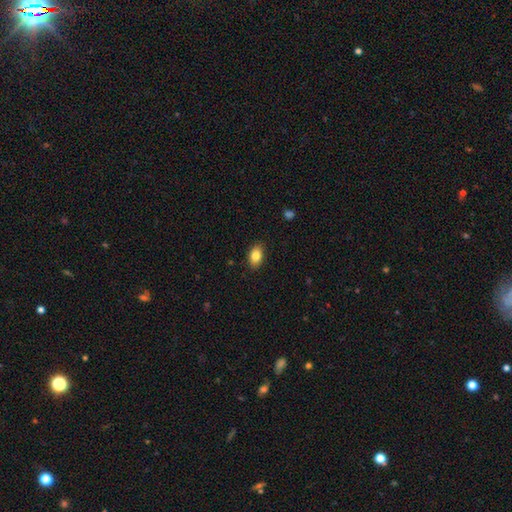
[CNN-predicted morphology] smooth-or-featured: smooth: 83% | featured or disk: 9% | star or artifact: 8%
  how-rounded: in between: 88% | round: 11% | cigar-shaped: 2%
  merging: none: 88% | minor disturbance: 9% | major disturbance: 2% | merger: 1%